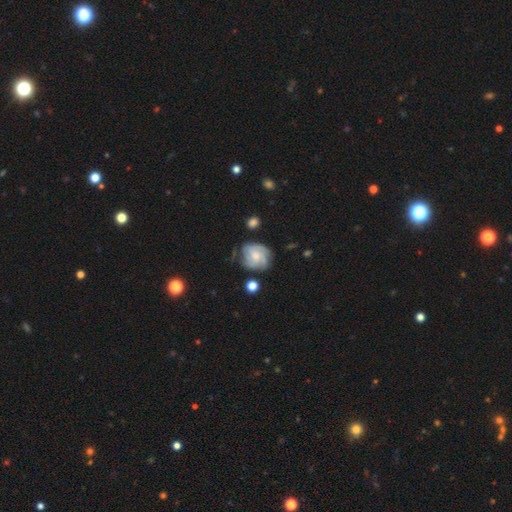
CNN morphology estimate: The model was most divided on "spiral arm count": 3: 31%, can't tell: 27%, 4: 20%, 2: 11%, more than 4: 5%, 1: 5%. More confident: edge-on disk — no (98%); spiral arms — yes (93%); bar — no (71%); smooth or featured — featured or disk (71%); merging — none (67%); spiral winding — tight (54%); bulge size — small (54%).